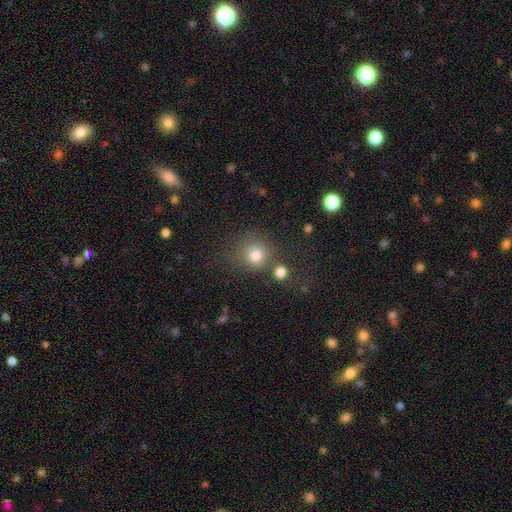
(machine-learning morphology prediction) This is likely a smooth galaxy (78%). How rounded: clearly round (88%). Merging: likely none (65%).